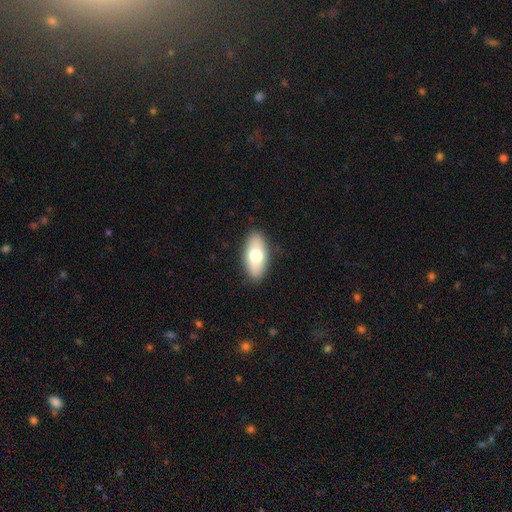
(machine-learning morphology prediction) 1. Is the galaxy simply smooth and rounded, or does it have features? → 70% smooth, 24% featured or disk, 6% star or artifact.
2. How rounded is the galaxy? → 89% in between, 7% cigar-shaped, 3% round.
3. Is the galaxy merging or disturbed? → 88% none, 9% minor disturbance, 2% major disturbance, 1% merger.